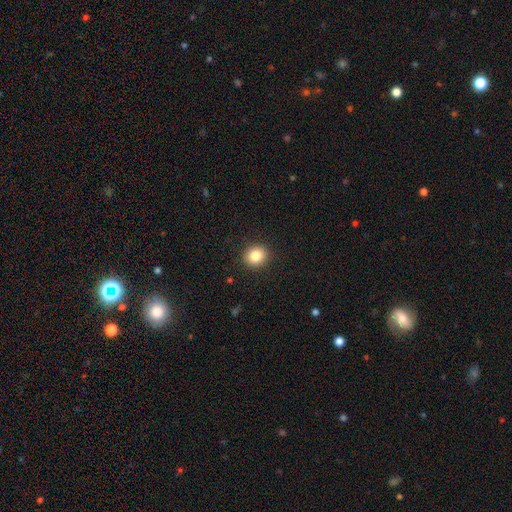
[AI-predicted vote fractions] This is clearly a smooth galaxy (84%). How rounded: likely round (78%). Merging: clearly none (91%).